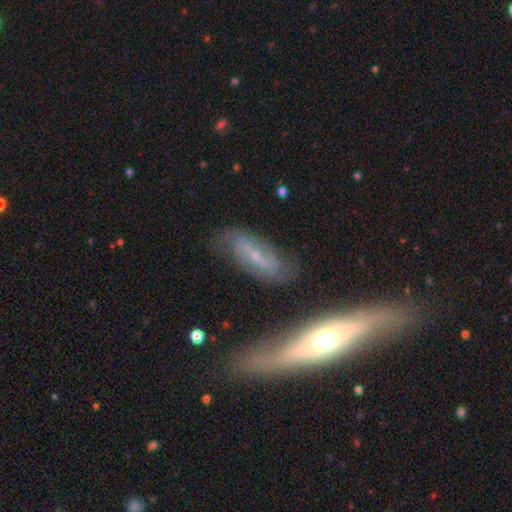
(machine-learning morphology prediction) type=featured or disk (68%); edge-on=no (79%); bar=weak (40%); spiral arms=yes (76%); bulge=small (65%); merging=none (70%).